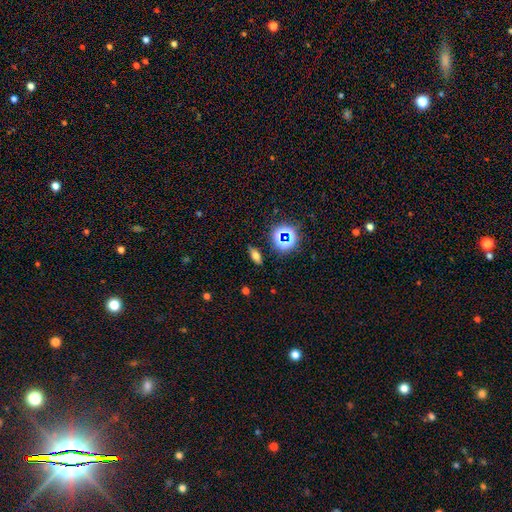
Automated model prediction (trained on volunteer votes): smooth_or_featured: smooth (p=0.62) [alt: star or artifact p=0.24]
how_rounded: in between (p=0.74) [alt: cigar-shaped p=0.17]
merging: none (p=0.85) [alt: minor disturbance p=0.10]